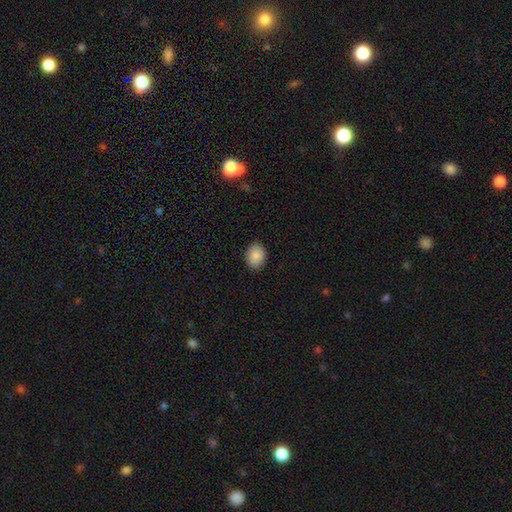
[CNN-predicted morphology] The model was most divided on "how rounded": in between: 61%, round: 39%, cigar-shaped: 1%. More confident: merging — none (89%); smooth or featured — smooth (88%).